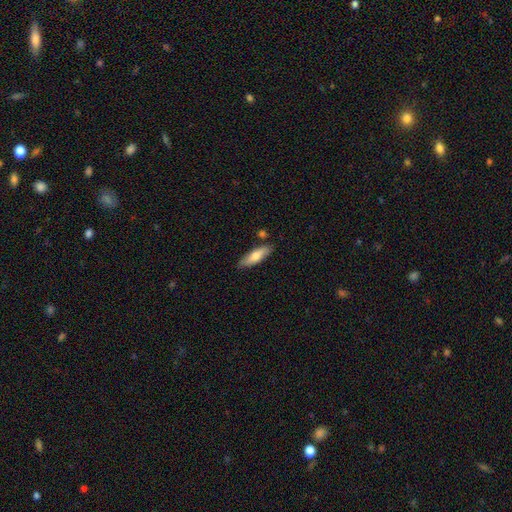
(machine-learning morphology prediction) This appears to be a smooth galaxy with no disk features (69%) that is in between round and cigar-shaped (50%). Merging: none (81%).